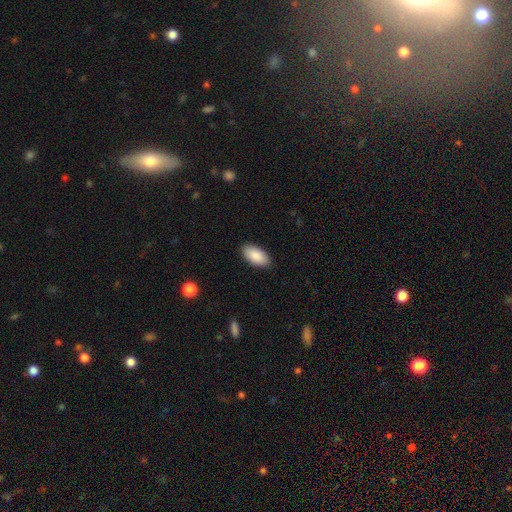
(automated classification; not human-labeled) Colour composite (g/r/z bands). It shows a smooth galaxy with no disk features (89%) that is in between round and cigar-shaped (95%). Merging: none (89%).